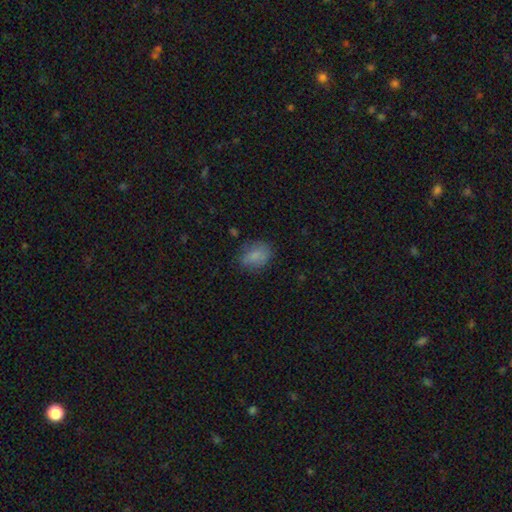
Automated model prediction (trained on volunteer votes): Q: Smooth or featured?
A: smooth (80%); runner-up: featured or disk (11%)
Q: How rounded?
A: in between (72%); runner-up: round (26%)
Q: Merging?
A: none (70%); runner-up: minor disturbance (21%)